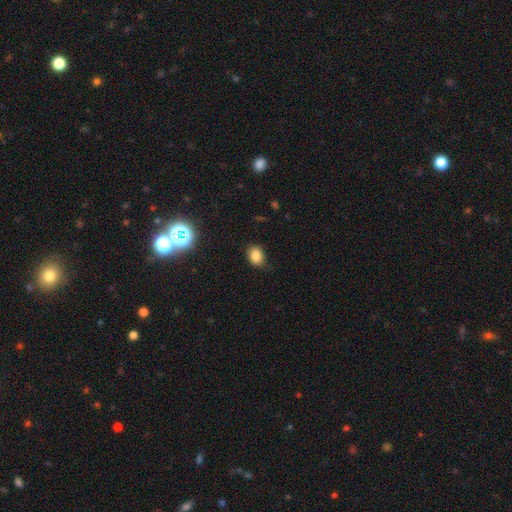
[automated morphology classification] type=smooth (82%); roundness=in between (58%); merging=none (79%).